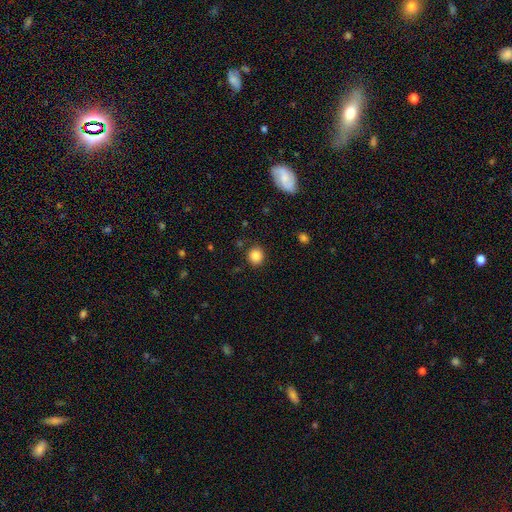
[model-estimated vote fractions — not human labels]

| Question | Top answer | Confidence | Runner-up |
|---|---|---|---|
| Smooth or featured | smooth | 86% | star or artifact (10%) |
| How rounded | round | 84% | in between (15%) |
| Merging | none | 88% | minor disturbance (8%) |